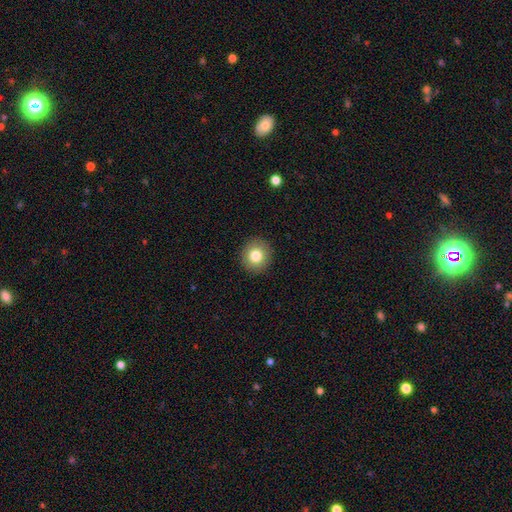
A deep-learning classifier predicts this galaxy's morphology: Q: Smooth or featured?
A: smooth (81%); runner-up: star or artifact (10%)
Q: How rounded?
A: round (90%); runner-up: in between (9%)
Q: Merging?
A: none (92%); runner-up: minor disturbance (5%)